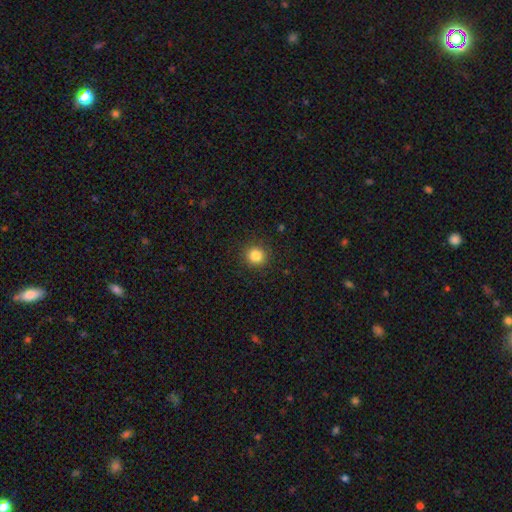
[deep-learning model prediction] The model was most divided on "smooth or featured": smooth: 84%, star or artifact: 11%, featured or disk: 4%. More confident: how rounded — round (92%); merging — none (91%).